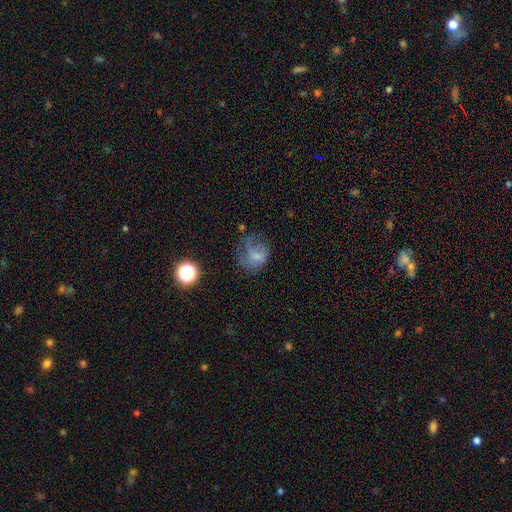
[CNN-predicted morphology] This is possibly a smooth galaxy (57%). How rounded: likely round (64%). Merging: marginally none (39%).